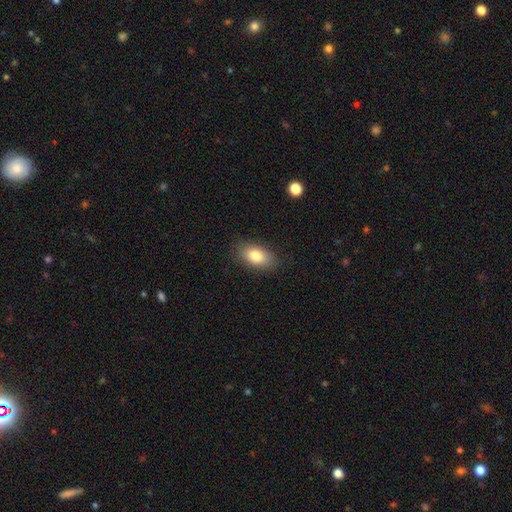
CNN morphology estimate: Smooth or featured: smooth — 82% (featured or disk — 10%)
How rounded: in between — 90% (round — 7%)
Merging: none — 86% (minor disturbance — 11%)